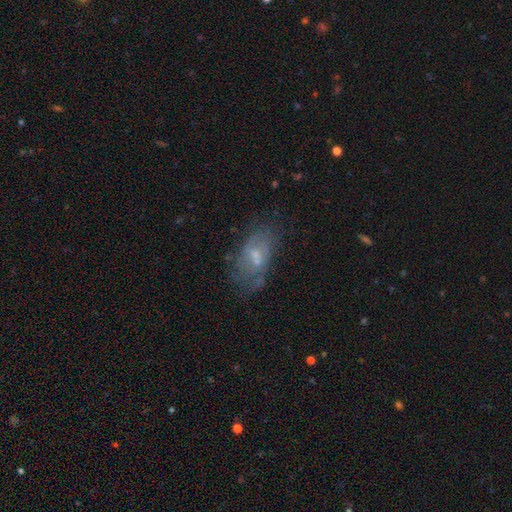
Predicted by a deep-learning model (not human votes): Smooth or featured: featured or disk — 57% (smooth — 34%)
Edge-on disk: no — 93% (yes — 7%)
Bar: weak — 50% (no — 38%)
Spiral arms: no — 51% (yes — 49%)
Bulge size: small — 49% (moderate — 37%)
Merging: none — 54% (minor disturbance — 24%)